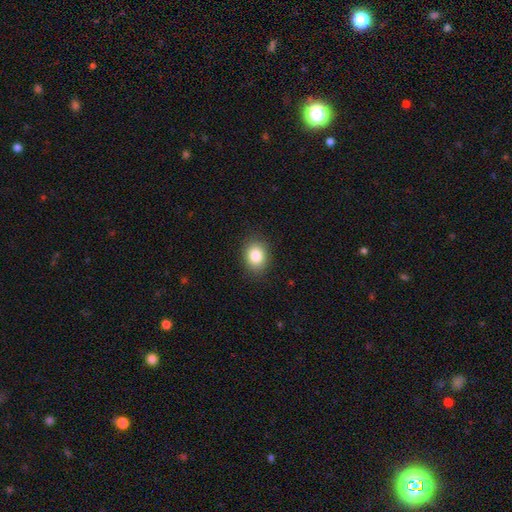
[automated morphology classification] The model was most divided on "how rounded": in between: 52%, round: 47%, cigar-shaped: 1%. More confident: merging — none (88%); smooth or featured — smooth (85%).